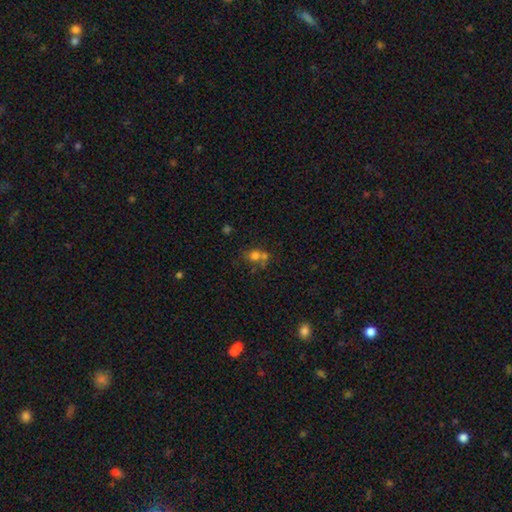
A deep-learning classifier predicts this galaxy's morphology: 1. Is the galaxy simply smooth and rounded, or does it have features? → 68% smooth, 16% star or artifact, 16% featured or disk.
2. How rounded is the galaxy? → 73% round, 26% in between, 1% cigar-shaped.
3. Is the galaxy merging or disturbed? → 46% merger, 38% none, 10% minor disturbance, 7% major disturbance.